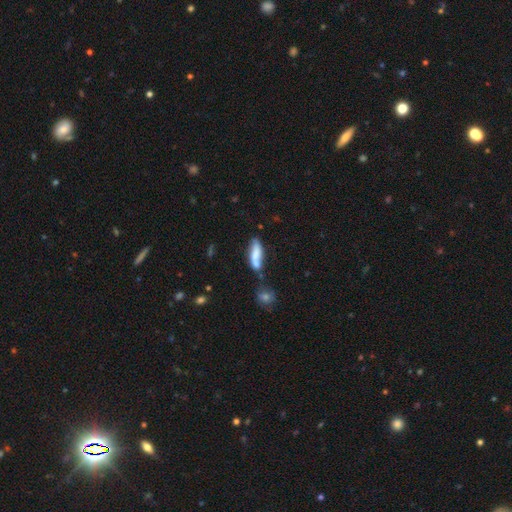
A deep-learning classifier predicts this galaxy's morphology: A smooth galaxy with no disk features (64%) that is in between round and cigar-shaped (52%).

Vote fractions:
- Smooth or featured? smooth: 64% / featured or disk: 29% / star or artifact: 7%
- How rounded? in between: 52% / cigar-shaped: 45% / round: 3%
- Merging? none: 48% / minor disturbance: 22% / merger: 22% / major disturbance: 8%